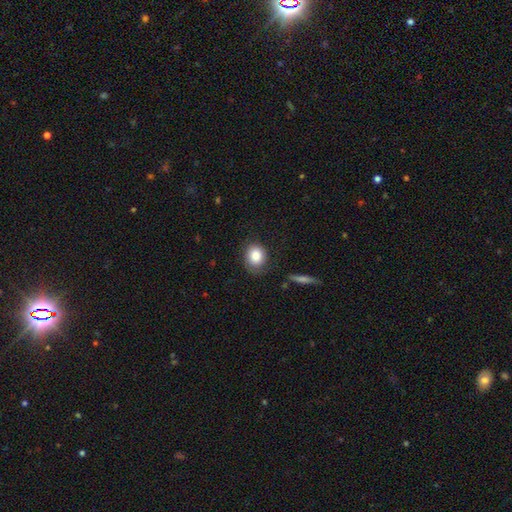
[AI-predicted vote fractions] The model was most divided on "how rounded": round: 59%, in between: 40%, cigar-shaped: 1%. More confident: smooth or featured — smooth (83%); merging — none (74%).